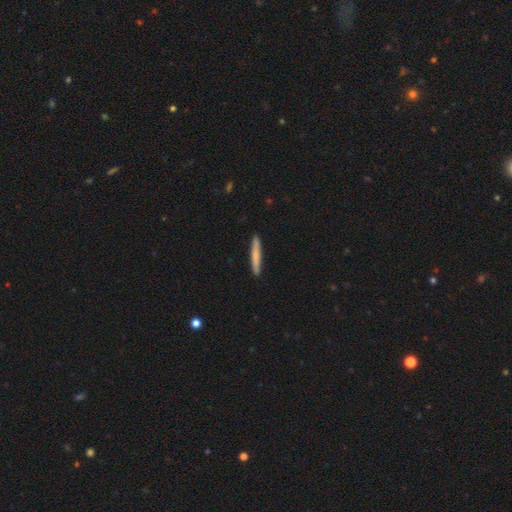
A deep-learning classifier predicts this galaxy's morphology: Smooth or featured?
  - smooth: 70% *
  - featured or disk: 25%
  - star or artifact: 5%
How rounded?
  - cigar-shaped: 96% *
  - in between: 3%
  - round: 1%
Merging?
  - none: 89% *
  - minor disturbance: 8%
  - major disturbance: 1%
  - merger: 1%